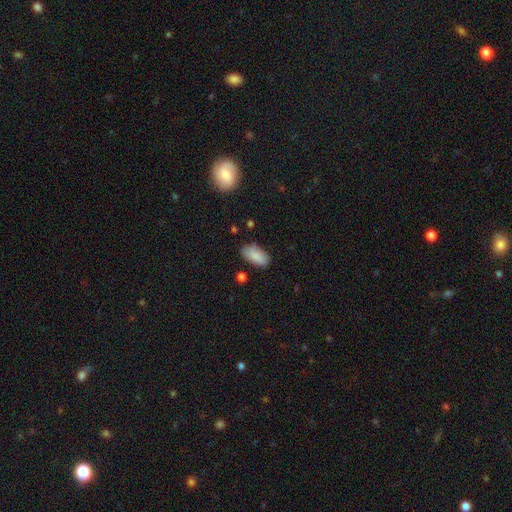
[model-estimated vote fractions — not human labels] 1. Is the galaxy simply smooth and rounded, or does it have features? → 88% smooth, 7% star or artifact, 5% featured or disk.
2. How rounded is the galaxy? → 92% in between, 6% cigar-shaped, 2% round.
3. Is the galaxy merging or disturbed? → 79% none, 15% minor disturbance, 3% major disturbance, 2% merger.